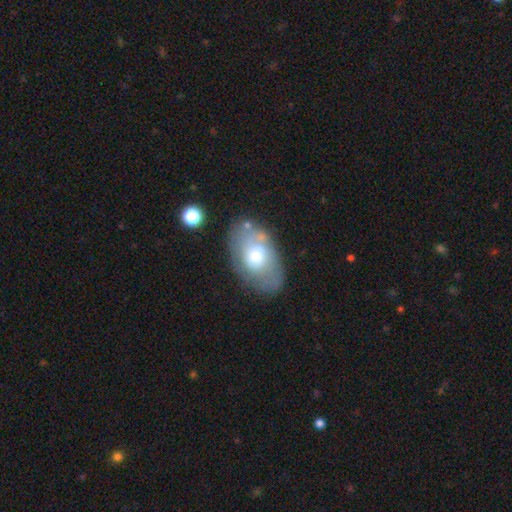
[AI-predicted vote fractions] Smooth or featured? Predicted: featured or disk (p=0.50). Merging? Predicted: none (p=0.66).